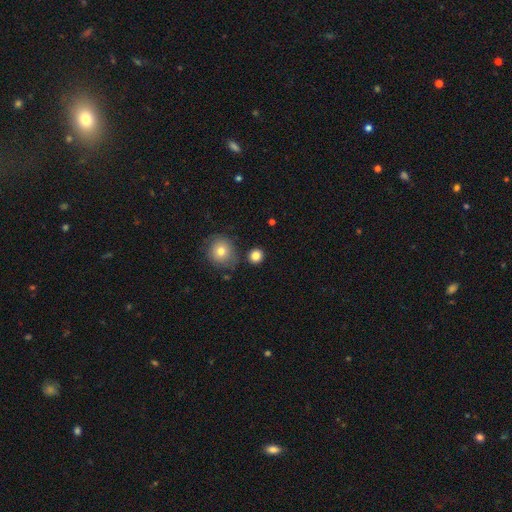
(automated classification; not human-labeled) Q: Smooth or featured?
A: smooth (83%); runner-up: star or artifact (11%)
Q: How rounded?
A: round (88%); runner-up: in between (11%)
Q: Merging?
A: none (84%); runner-up: minor disturbance (9%)